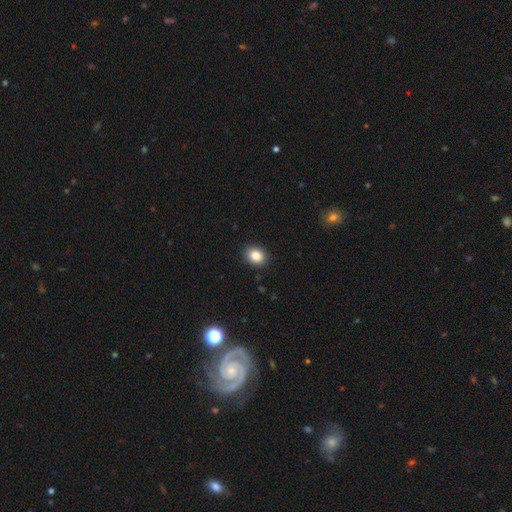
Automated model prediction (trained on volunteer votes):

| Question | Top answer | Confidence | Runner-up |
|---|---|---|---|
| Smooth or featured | smooth | 86% | star or artifact (9%) |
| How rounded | in between | 55% | round (44%) |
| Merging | none | 89% | minor disturbance (8%) |